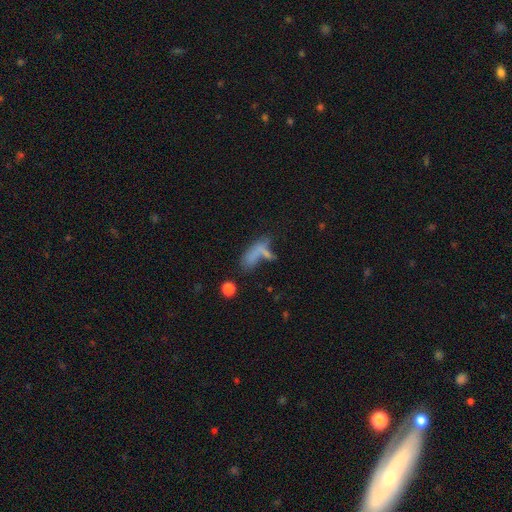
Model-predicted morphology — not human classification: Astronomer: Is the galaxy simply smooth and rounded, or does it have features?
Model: smooth — 55%.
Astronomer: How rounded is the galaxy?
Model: in between — 52% (runner-up: cigar-shaped, 41%).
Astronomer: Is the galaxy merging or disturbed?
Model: none — 37% (runner-up: merger, 25%).